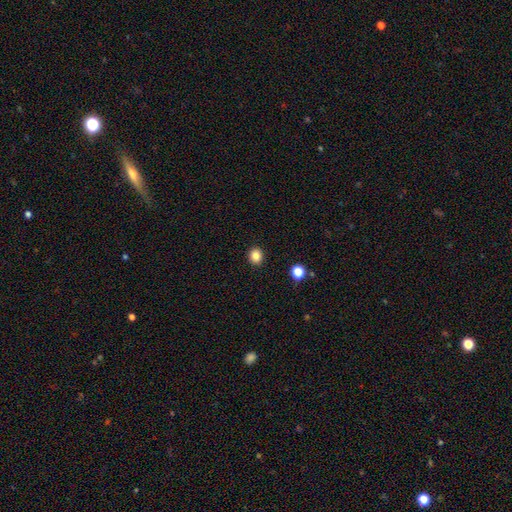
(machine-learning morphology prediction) type=smooth (84%); roundness=round (76%); merging=none (92%).